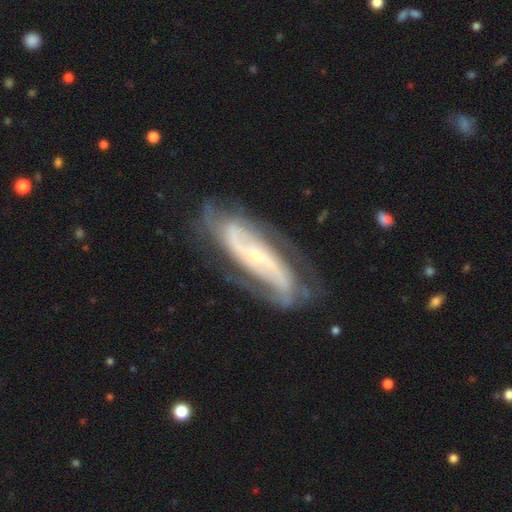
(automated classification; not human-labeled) smooth_or_featured: featured or disk (p=0.85) [alt: smooth p=0.09]
disk_edge_on: no (p=0.88) [alt: yes p=0.12]
bar: no (p=0.39) [alt: weak p=0.33]
has_spiral_arms: yes (p=0.95) [alt: no p=0.05]
spiral_winding: medium (p=0.43) [alt: tight p=0.37]
spiral_arm_count: 2 (p=0.67) [alt: can't tell p=0.17]
bulge_size: small (p=0.69) [alt: moderate p=0.22]
merging: none (p=0.70) [alt: minor disturbance p=0.18]